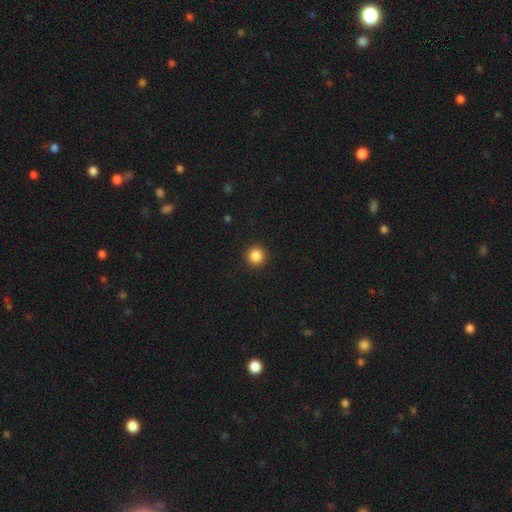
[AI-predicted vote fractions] Smooth or featured?
  - smooth: 86% *
  - star or artifact: 11%
  - featured or disk: 3%
How rounded?
  - round: 95% *
  - in between: 4%
  - cigar-shaped: 1%
Merging?
  - none: 93% *
  - minor disturbance: 4%
  - major disturbance: 2%
  - merger: 1%